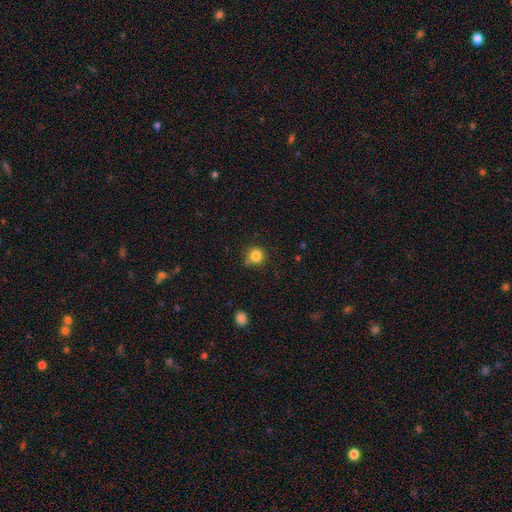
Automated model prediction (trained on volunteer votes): smooth_or_featured: smooth (p=0.83) [alt: star or artifact p=0.11]
how_rounded: round (p=0.90) [alt: in between p=0.09]
merging: none (p=0.73) [alt: minor disturbance p=0.18]